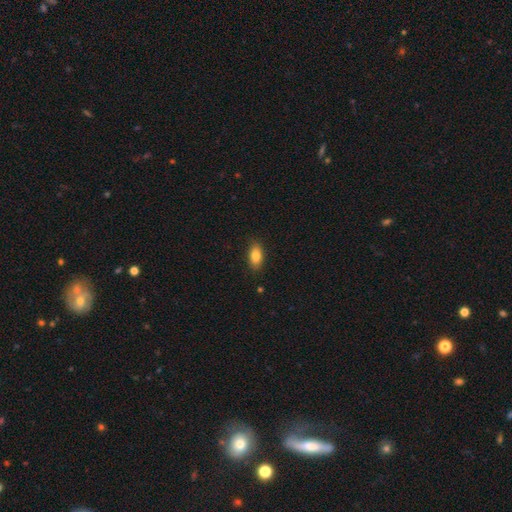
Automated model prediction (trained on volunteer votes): The model was most divided on "smooth or featured": smooth: 83%, featured or disk: 9%, star or artifact: 8%. More confident: how rounded — in between (89%); merging — none (85%).